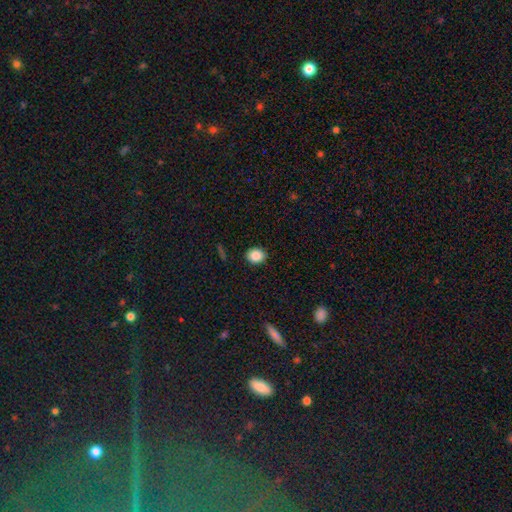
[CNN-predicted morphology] This appears to be a smooth galaxy with no disk features (87%) that is round (58%). Merging: none (89%).